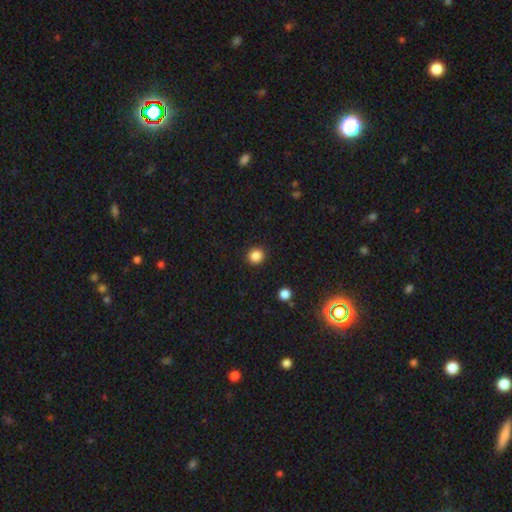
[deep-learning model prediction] Smooth or featured: smooth — 86% (star or artifact — 11%)
How rounded: round — 91% (in between — 8%)
Merging: none — 91% (minor disturbance — 6%)